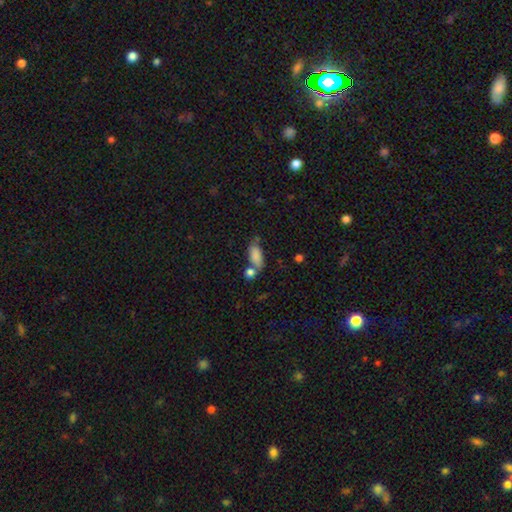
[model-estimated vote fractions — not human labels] smooth-or-featured: smooth: 84% | star or artifact: 8% | featured or disk: 8%
  how-rounded: in between: 86% | cigar-shaped: 10% | round: 4%
  merging: none: 50% | merger: 26% | minor disturbance: 17% | major disturbance: 6%